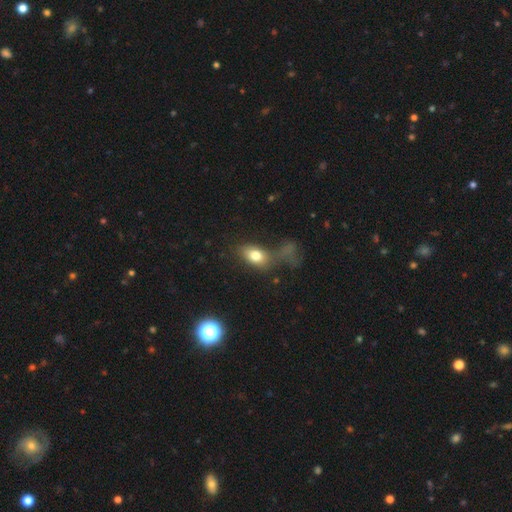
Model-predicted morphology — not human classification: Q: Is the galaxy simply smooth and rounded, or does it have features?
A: smooth — 77%.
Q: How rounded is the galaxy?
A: in between — 83%.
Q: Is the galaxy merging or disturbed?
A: none — 37%.